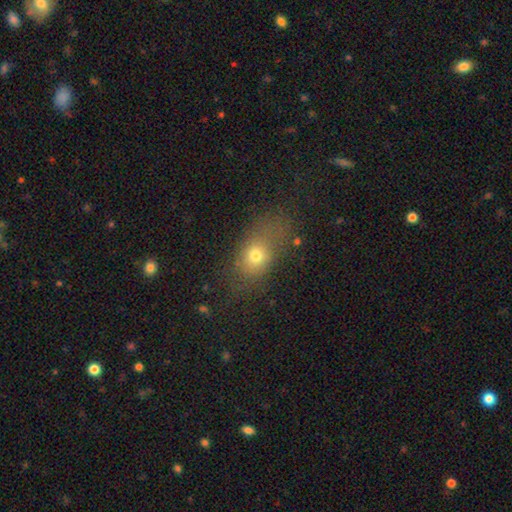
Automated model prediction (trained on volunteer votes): smooth-or-featured: smooth: 71% | star or artifact: 15% | featured or disk: 14%
  how-rounded: in between: 66% | round: 30% | cigar-shaped: 4%
  merging: none: 60% | minor disturbance: 20% | major disturbance: 16% | merger: 3%